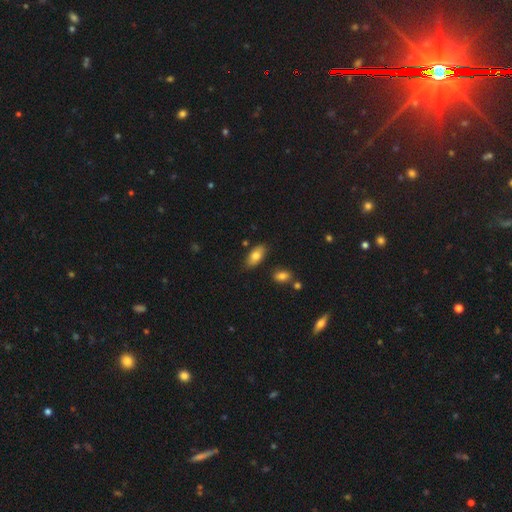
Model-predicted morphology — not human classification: This appears to be a smooth galaxy with no disk features (79%) that is in between round and cigar-shaped (90%). Merging: none (81%).